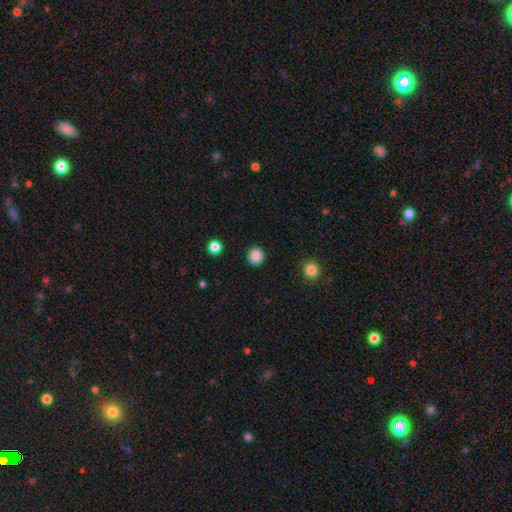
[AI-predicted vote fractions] This appears to be a smooth galaxy with no disk features (87%) that is round (90%). Merging: none (92%).